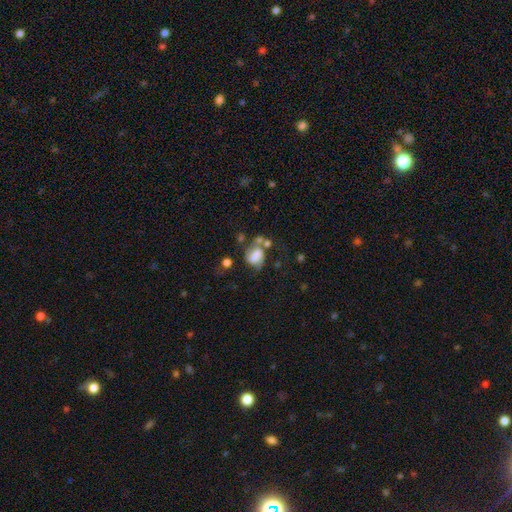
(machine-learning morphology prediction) Smooth or featured? smooth (55%)
How rounded? in between (64%)
Merging? none (36%)